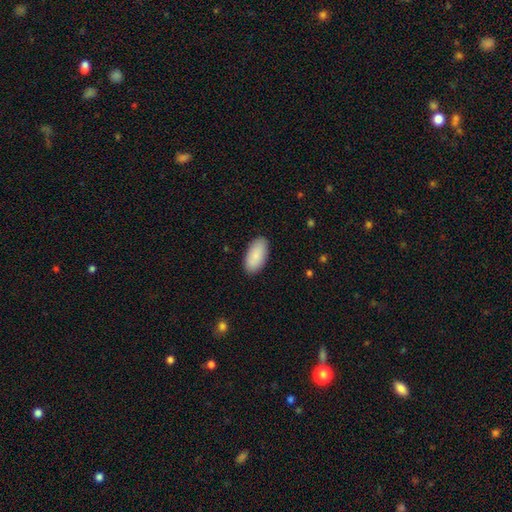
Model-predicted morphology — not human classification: This appears to be a smooth galaxy with no disk features (88%) that is in between round and cigar-shaped (95%). Merging: none (88%).